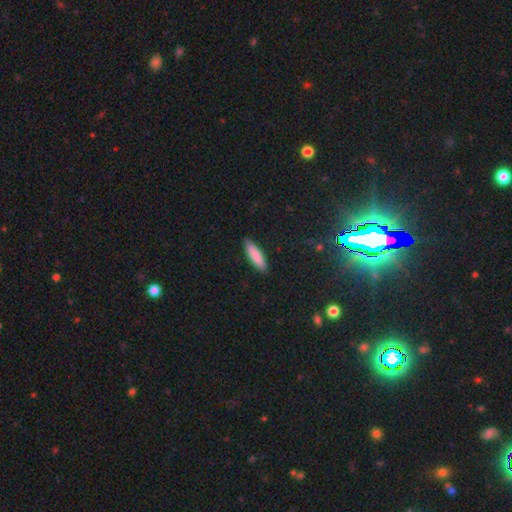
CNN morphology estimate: type=smooth (85%); roundness=cigar-shaped (63%); merging=none (89%).